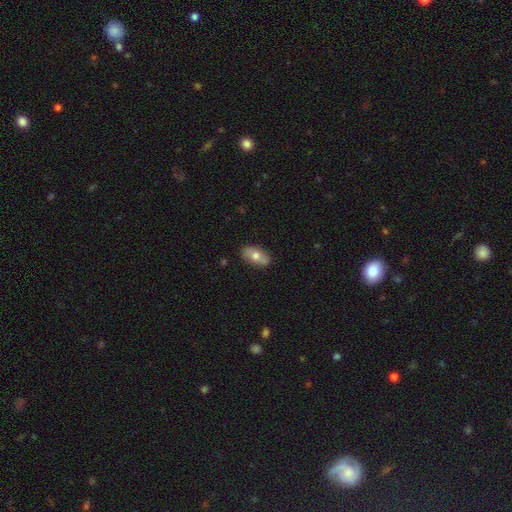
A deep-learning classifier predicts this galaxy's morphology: Smooth or featured? Predicted: smooth (p=0.66). How rounded? Predicted: in between (p=0.90). Merging? Predicted: none (p=0.84).